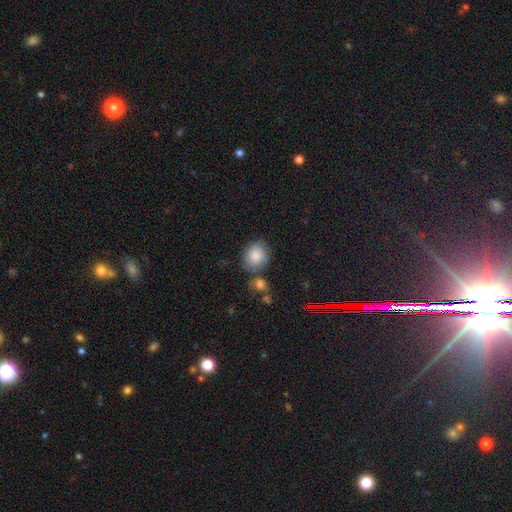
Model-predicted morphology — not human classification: smooth-or-featured: smooth: 83% | featured or disk: 9% | star or artifact: 8%
  how-rounded: round: 62% | in between: 37% | cigar-shaped: 1%
  merging: none: 65% | minor disturbance: 18% | merger: 12% | major disturbance: 5%